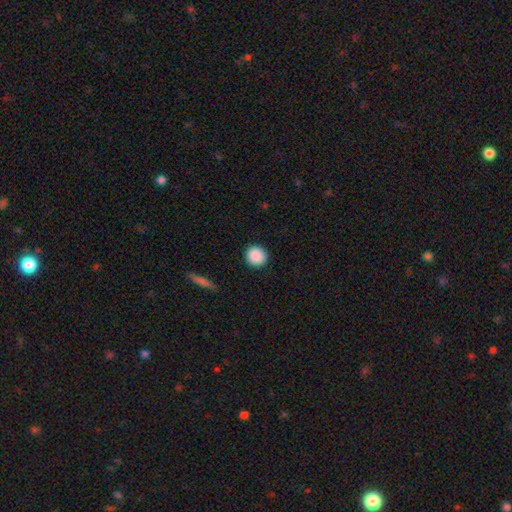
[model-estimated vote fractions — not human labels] Smooth or featured: smooth — 89% (star or artifact — 8%)
How rounded: round — 92% (in between — 7%)
Merging: none — 91% (minor disturbance — 6%)